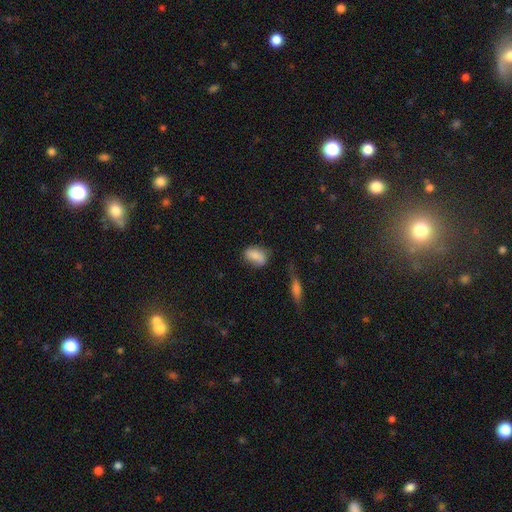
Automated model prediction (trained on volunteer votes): Overall: smooth (80%). How rounded: in between (86%). Merging: none (52%; minor disturbance 31%).